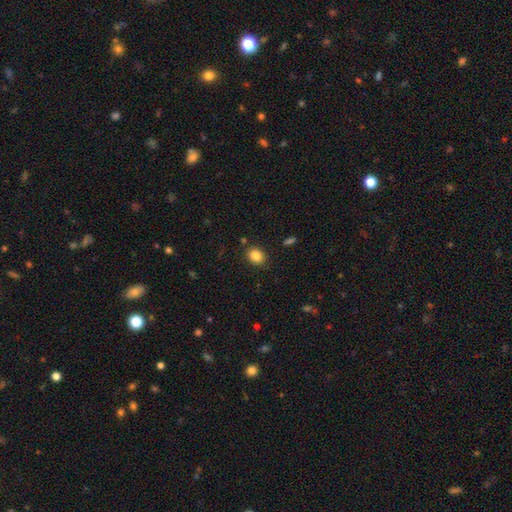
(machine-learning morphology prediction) smooth-or-featured: smooth: 85% | star or artifact: 10% | featured or disk: 5%
  how-rounded: round: 50% | in between: 49% | cigar-shaped: 1%
  merging: none: 85% | minor disturbance: 10% | major disturbance: 3% | merger: 2%